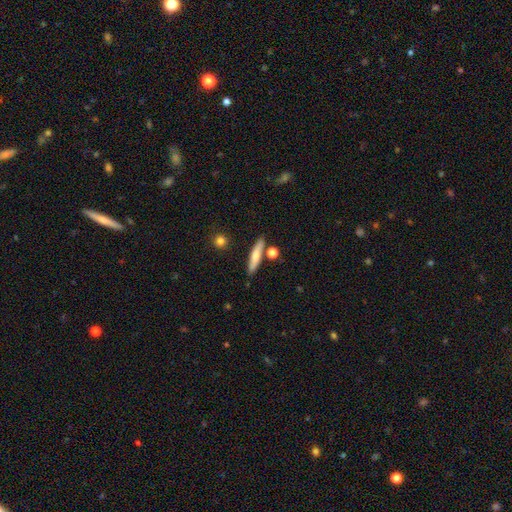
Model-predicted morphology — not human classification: Smooth or featured: smooth — 65% (featured or disk — 28%)
How rounded: cigar-shaped — 84% (in between — 13%)
Merging: none — 82% (minor disturbance — 9%)